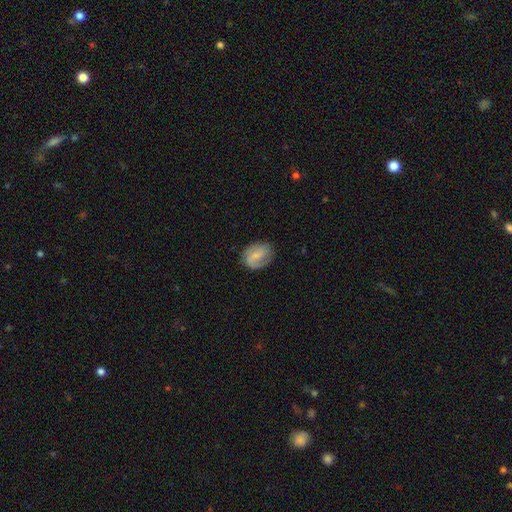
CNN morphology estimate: type=featured or disk (54%); edge-on=no (97%); bar=weak (47%); spiral arms=yes (89%); bulge=small (49%); merging=none (74%).